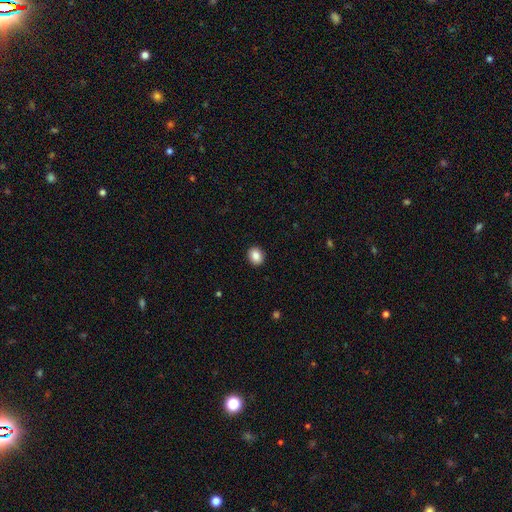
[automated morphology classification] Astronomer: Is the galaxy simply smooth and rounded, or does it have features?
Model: smooth — 86%.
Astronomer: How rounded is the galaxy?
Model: round — 59% (runner-up: in between, 40%).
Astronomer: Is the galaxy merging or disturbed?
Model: none — 92%.